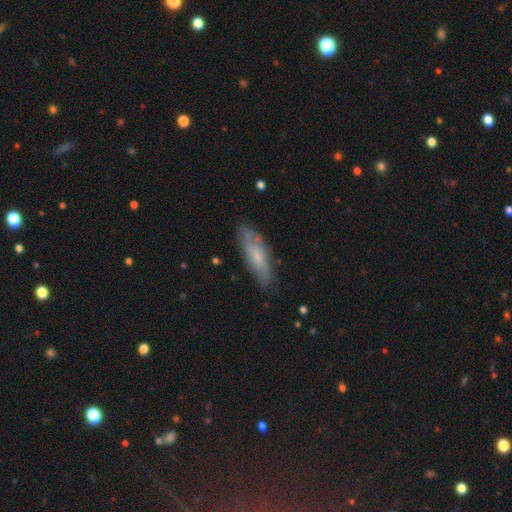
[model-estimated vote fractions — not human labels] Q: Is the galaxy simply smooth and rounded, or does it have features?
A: smooth — 45%.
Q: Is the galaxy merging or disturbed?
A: none — 80%.